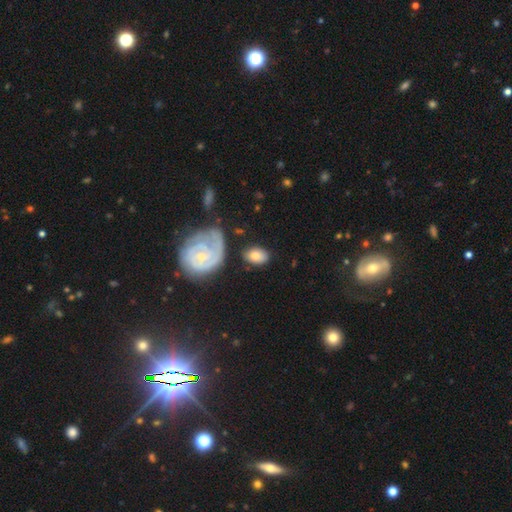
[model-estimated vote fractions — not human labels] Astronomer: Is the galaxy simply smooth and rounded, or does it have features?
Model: smooth — 63%.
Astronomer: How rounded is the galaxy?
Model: in between — 80%.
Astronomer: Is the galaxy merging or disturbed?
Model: none — 75%.